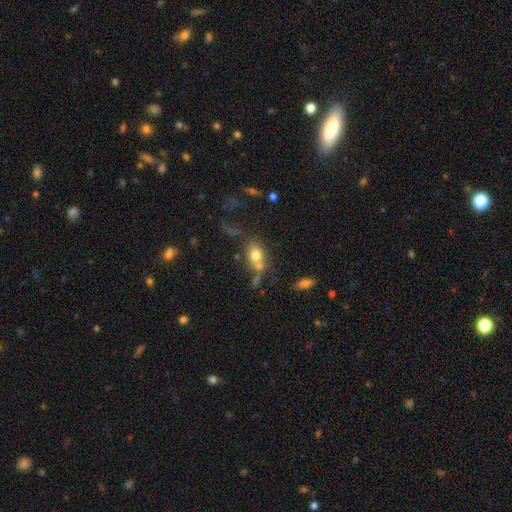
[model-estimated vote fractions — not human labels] This is likely a smooth galaxy (76%). How rounded: likely in between (61%). Merging: possibly none (46%).